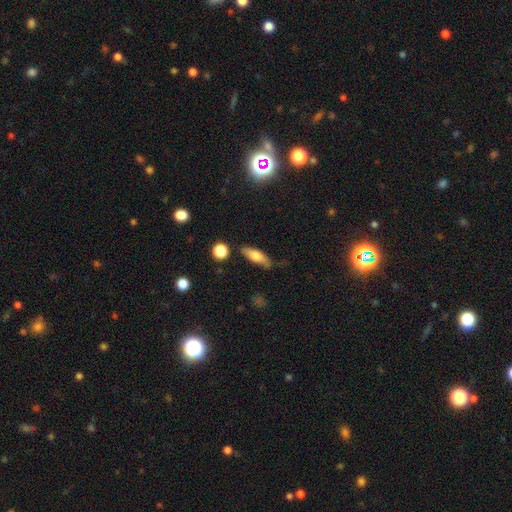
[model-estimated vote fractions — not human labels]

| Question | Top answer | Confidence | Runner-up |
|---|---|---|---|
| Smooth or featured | smooth | 69% | featured or disk (23%) |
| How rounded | in between | 60% | cigar-shaped (36%) |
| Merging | none | 71% | minor disturbance (21%) |